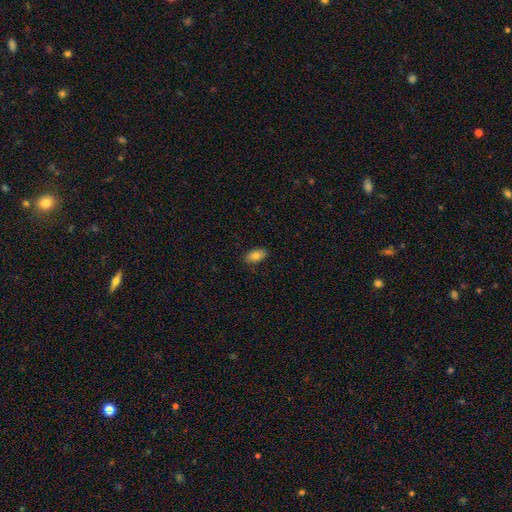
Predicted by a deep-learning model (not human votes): Q: Smooth or featured?
A: smooth (81%); runner-up: featured or disk (11%)
Q: How rounded?
A: in between (92%); runner-up: round (5%)
Q: Merging?
A: none (84%); runner-up: minor disturbance (13%)